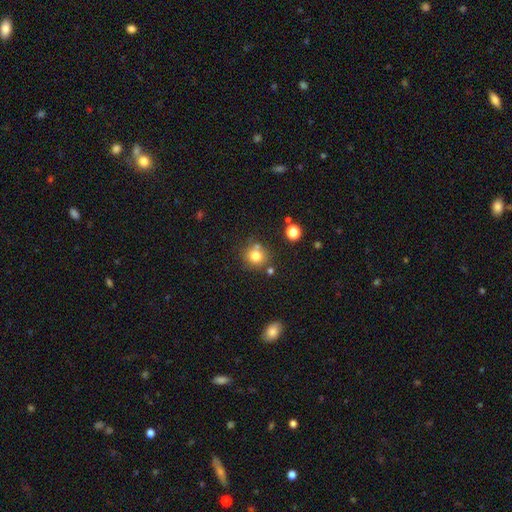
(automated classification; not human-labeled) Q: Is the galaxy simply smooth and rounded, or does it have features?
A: smooth — 77%.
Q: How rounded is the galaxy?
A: round — 87%.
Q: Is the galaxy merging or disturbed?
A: none — 70%.